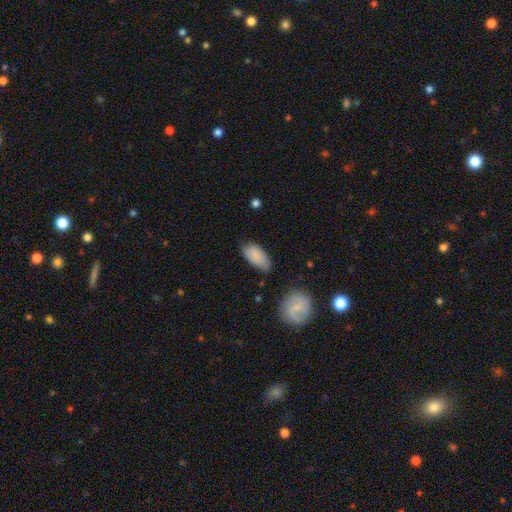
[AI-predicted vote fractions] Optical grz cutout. It shows a smooth galaxy with no disk features (85%) that is in between round and cigar-shaped (93%). Merging: none (62%).